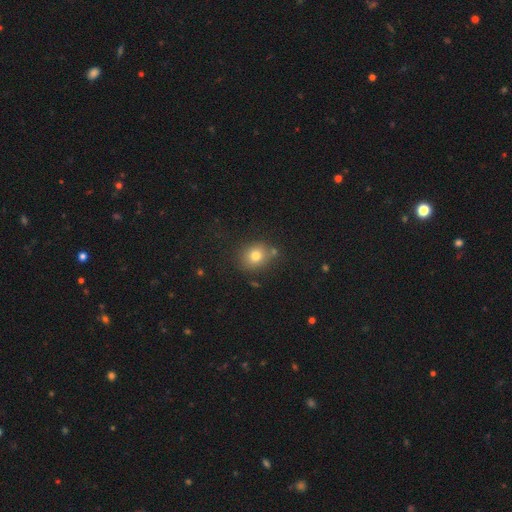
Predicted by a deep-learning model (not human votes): smooth_or_featured: smooth (p=0.76) [alt: star or artifact p=0.14]
how_rounded: round (p=0.71) [alt: in between p=0.28]
merging: none (p=0.74) [alt: minor disturbance p=0.14]